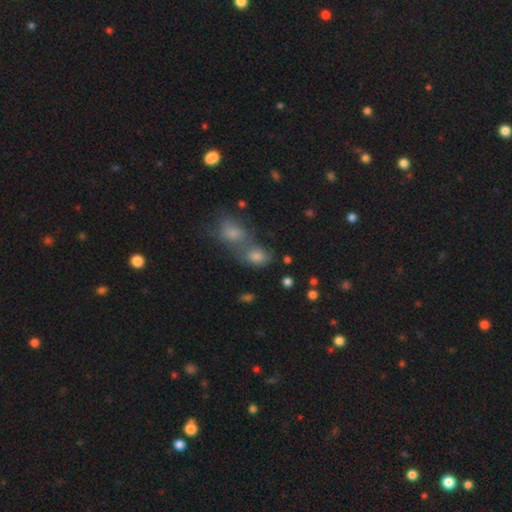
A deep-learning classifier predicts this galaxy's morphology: Overall: smooth (68%). How rounded: in between (68%). Merging: merger (54%; none 33%).